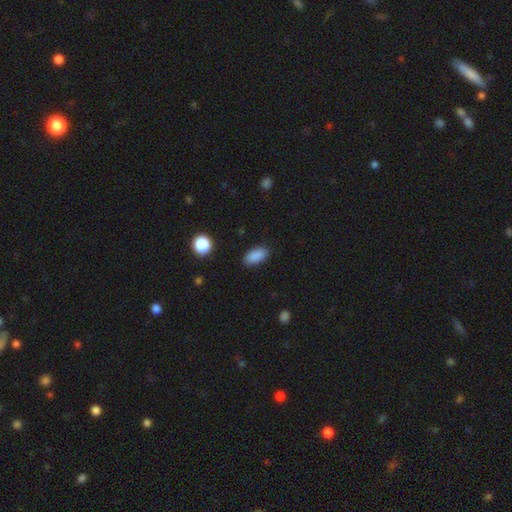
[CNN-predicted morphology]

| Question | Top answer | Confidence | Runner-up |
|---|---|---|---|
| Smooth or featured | smooth | 88% | star or artifact (8%) |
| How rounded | in between | 90% | cigar-shaped (6%) |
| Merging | none | 88% | minor disturbance (9%) |